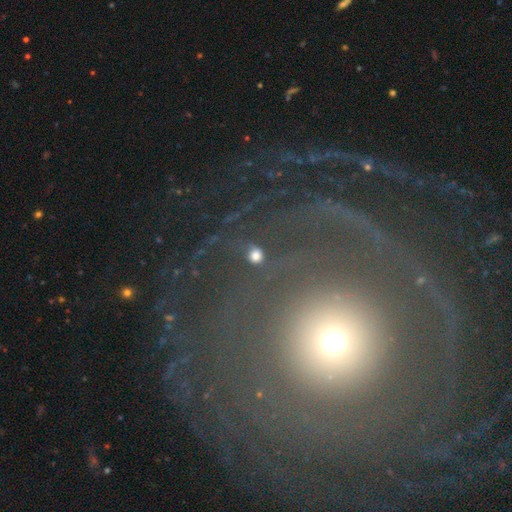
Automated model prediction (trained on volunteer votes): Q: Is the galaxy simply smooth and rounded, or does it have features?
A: smooth — 53%.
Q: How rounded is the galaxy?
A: round — 80%.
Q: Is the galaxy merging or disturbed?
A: none — 68%.